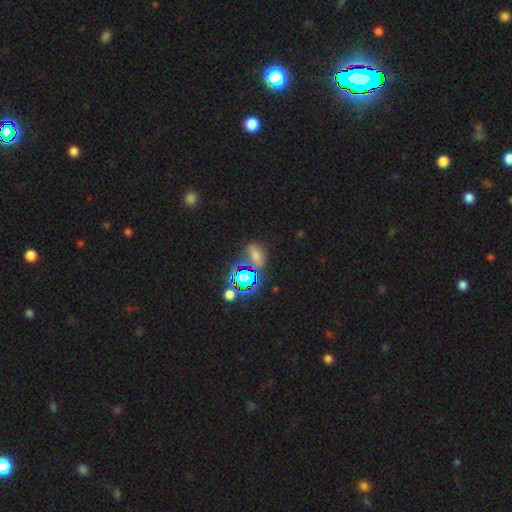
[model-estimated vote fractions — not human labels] The model was most divided on "smooth or featured": star or artifact: 45%, smooth: 42%, featured or disk: 13%.